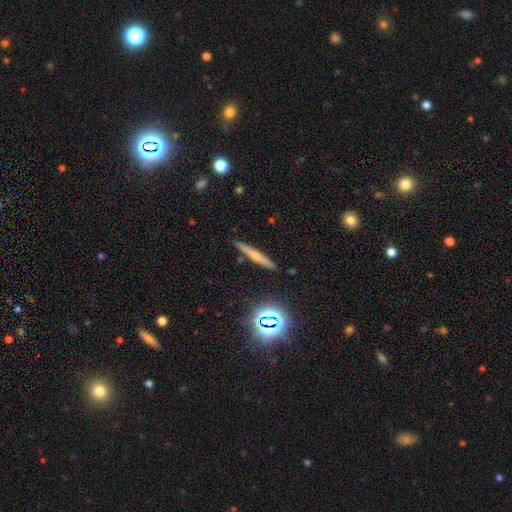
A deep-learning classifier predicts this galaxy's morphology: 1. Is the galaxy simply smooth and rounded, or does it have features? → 50% smooth, 37% featured or disk, 14% star or artifact.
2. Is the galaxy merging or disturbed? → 87% none, 9% minor disturbance, 2% merger, 2% major disturbance.